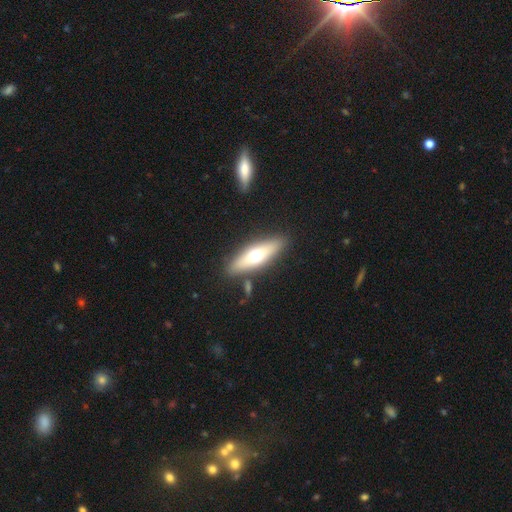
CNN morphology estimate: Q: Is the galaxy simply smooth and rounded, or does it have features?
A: smooth — 54%.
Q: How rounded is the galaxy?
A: cigar-shaped — 53%.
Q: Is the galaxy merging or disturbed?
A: none — 84%.